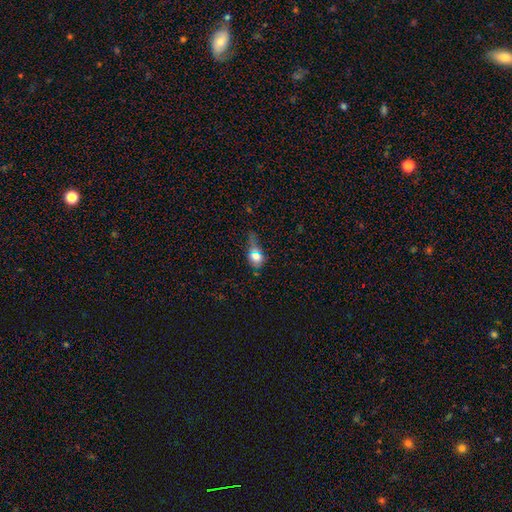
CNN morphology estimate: type=smooth (60%); roundness=in between (62%); merging=none (52%).